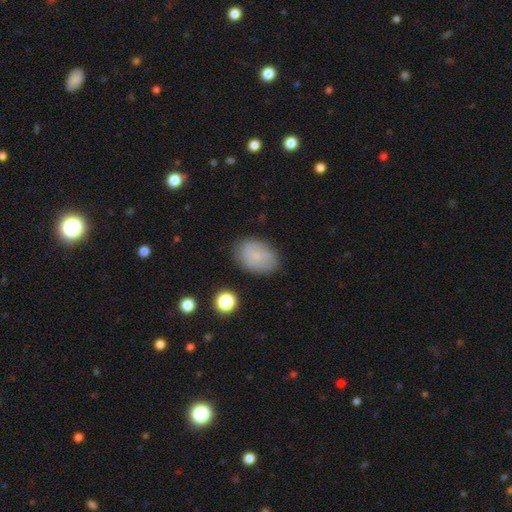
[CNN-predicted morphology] type=smooth (74%); roundness=in between (82%); merging=none (80%).